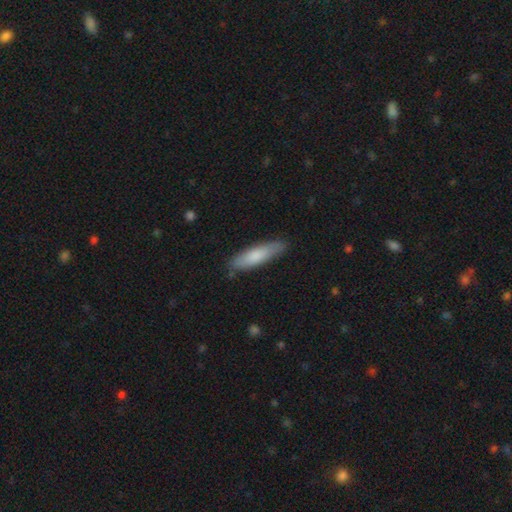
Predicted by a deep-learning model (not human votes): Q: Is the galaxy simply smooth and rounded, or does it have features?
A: smooth — 77%.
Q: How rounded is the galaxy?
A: cigar-shaped — 74%.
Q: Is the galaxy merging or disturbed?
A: none — 84%.